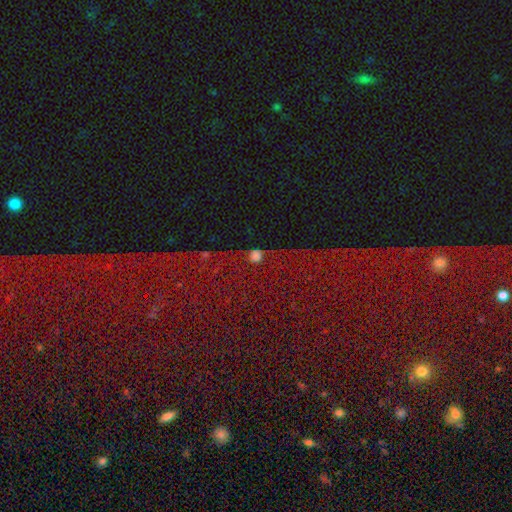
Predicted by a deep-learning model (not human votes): Smooth or featured? Predicted: star or artifact (p=0.45).